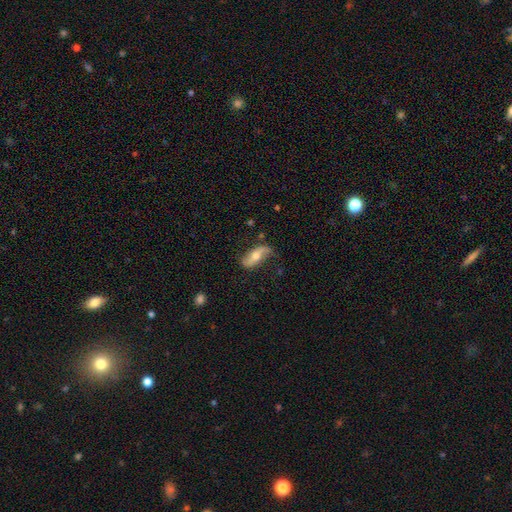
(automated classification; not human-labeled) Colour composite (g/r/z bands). It shows a featured or disk galaxy (63%) with no bar (54%), spiral arms (84%) and a moderate central bulge (68%). Merging: none (70%).